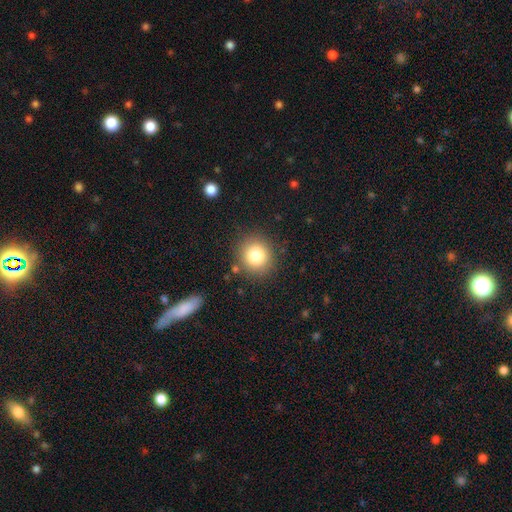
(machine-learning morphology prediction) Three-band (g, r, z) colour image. It shows a smooth galaxy with no disk features (81%) that is round (89%). Merging: none (86%).